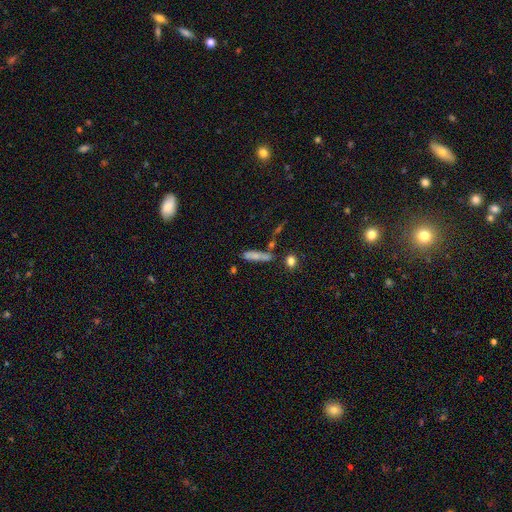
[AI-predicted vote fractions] A smooth galaxy with no disk features (69%) that is cigar-shaped (72%).

Vote fractions:
- Smooth or featured? smooth: 69% / featured or disk: 21% / star or artifact: 11%
- How rounded? cigar-shaped: 72% / in between: 24% / round: 3%
- Merging? none: 57% / minor disturbance: 19% / merger: 16% / major disturbance: 8%